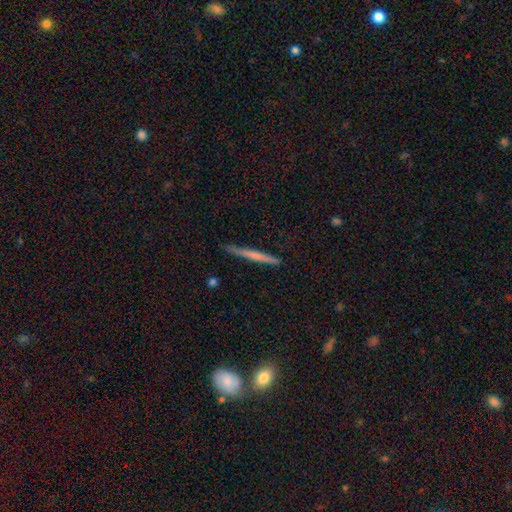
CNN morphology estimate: Smooth or featured?
  - smooth: 50% *
  - featured or disk: 44%
  - star or artifact: 6%
Merging?
  - none: 86% *
  - minor disturbance: 11%
  - major disturbance: 2%
  - merger: 1%